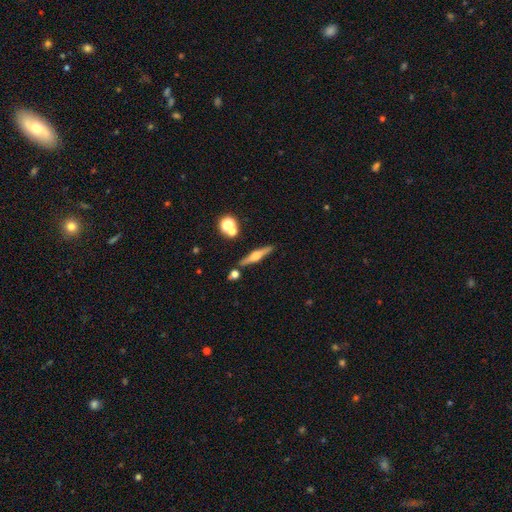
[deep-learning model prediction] This is likely a featured or disk galaxy (72%). It is clearly viewed edge-on (97%). Edge-on bulge: clearly rounded (93%). Merging: clearly none (84%).